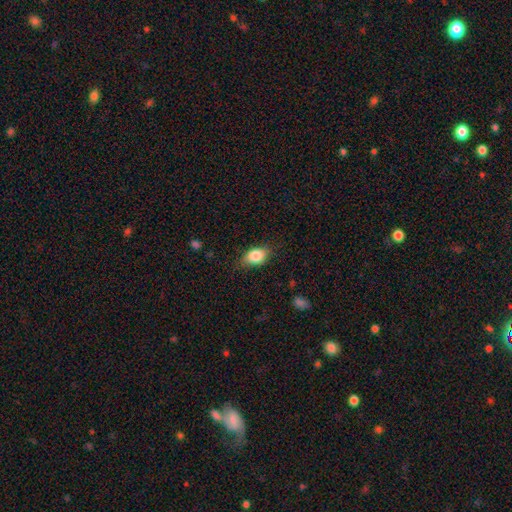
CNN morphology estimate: This appears to be a smooth galaxy with no disk features (83%) that is in between round and cigar-shaped (83%). Merging: none (76%).